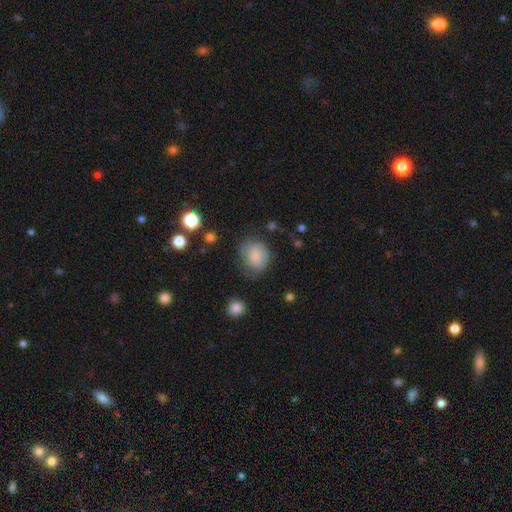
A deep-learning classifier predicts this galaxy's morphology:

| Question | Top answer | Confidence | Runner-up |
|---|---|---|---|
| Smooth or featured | smooth | 75% | featured or disk (16%) |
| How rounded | round | 63% | in between (36%) |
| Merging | none | 52% | minor disturbance (28%) |